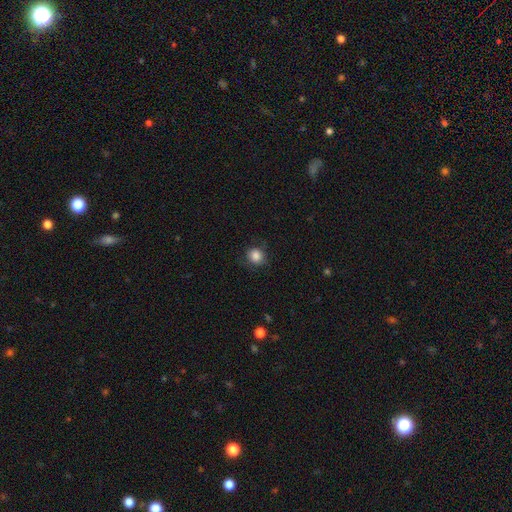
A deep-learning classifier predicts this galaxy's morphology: Smooth or featured?
  - smooth: 85% *
  - star or artifact: 9%
  - featured or disk: 5%
How rounded?
  - round: 86% *
  - in between: 13%
  - cigar-shaped: 1%
Merging?
  - none: 79% *
  - minor disturbance: 16%
  - major disturbance: 5%
  - merger: 1%